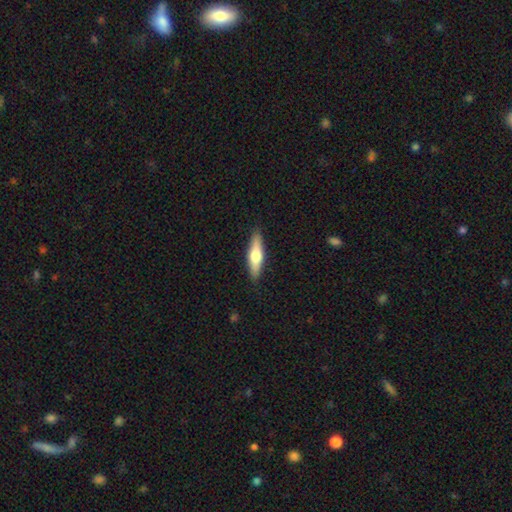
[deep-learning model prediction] This appears to be a smooth galaxy with no disk features (50%) that is cigar-shaped (65%). Merging: none (89%).